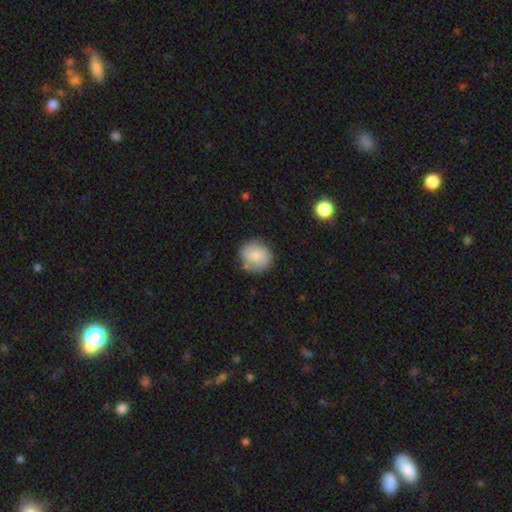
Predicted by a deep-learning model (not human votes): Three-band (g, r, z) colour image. It shows a smooth galaxy with no disk features (73%) that is round (86%). Merging: none (77%).